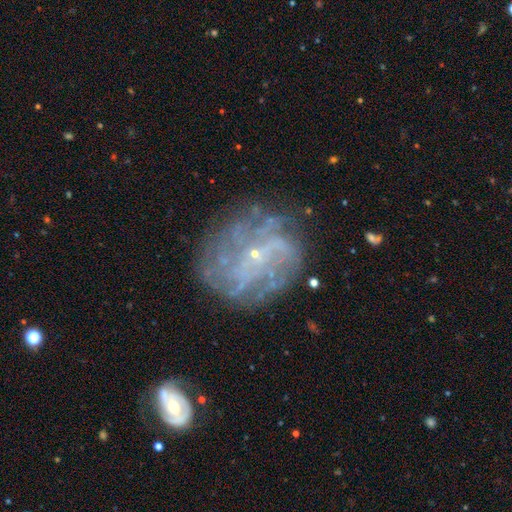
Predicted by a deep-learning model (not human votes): smooth_or_featured: featured or disk (p=0.76) [alt: smooth p=0.13]
disk_edge_on: no (p=0.97) [alt: yes p=0.03]
bar: no (p=0.68) [alt: weak p=0.25]
has_spiral_arms: yes (p=0.77) [alt: no p=0.23]
spiral_winding: tight (p=0.44) [alt: medium p=0.34]
spiral_arm_count: can't tell (p=0.43) [alt: 4 p=0.16]
bulge_size: small (p=0.85) [alt: none p=0.07]
merging: none (p=0.66) [alt: minor disturbance p=0.18]